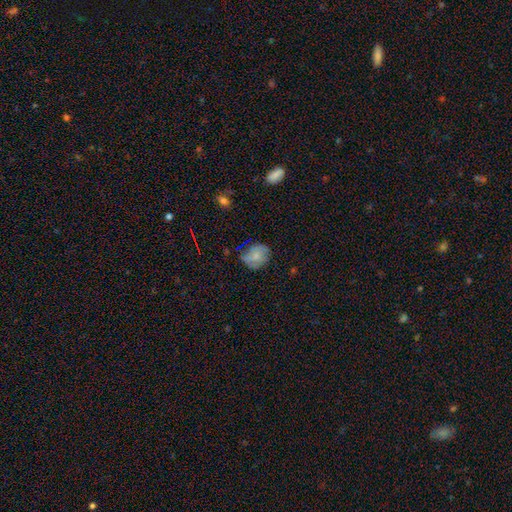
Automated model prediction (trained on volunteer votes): A smooth galaxy with no disk features (65%) that is round (62%). Merging: none (65%).